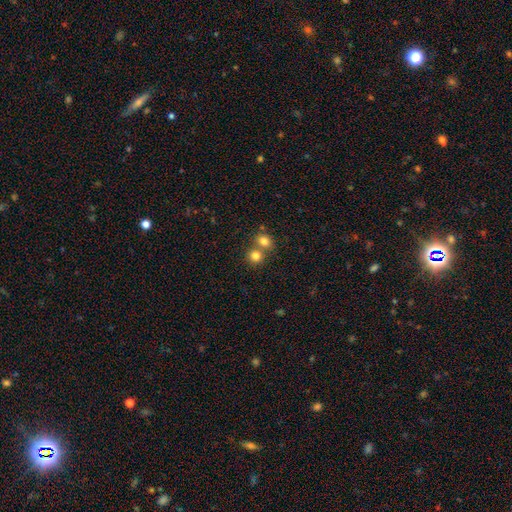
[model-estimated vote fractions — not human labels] This is clearly a smooth galaxy (81%). How rounded: likely round (80%). Merging: possibly none (48%).